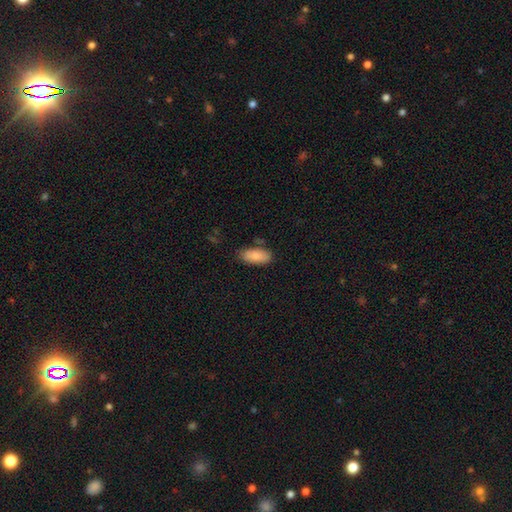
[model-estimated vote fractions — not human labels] This is clearly a smooth galaxy (86%). How rounded: clearly in between (89%). Merging: likely none (79%).